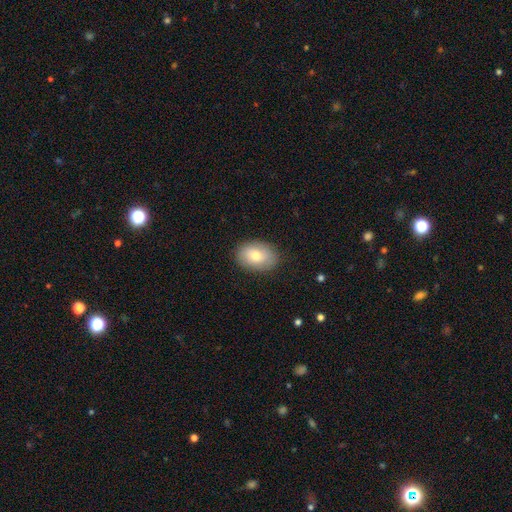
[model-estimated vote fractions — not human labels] A smooth galaxy with no disk features (75%) that is in between round and cigar-shaped (80%).

Vote fractions:
- Smooth or featured? smooth: 75% / featured or disk: 18% / star or artifact: 7%
- How rounded? in between: 80% / round: 19% / cigar-shaped: 1%
- Merging? none: 85% / minor disturbance: 11% / major disturbance: 3% / merger: 1%